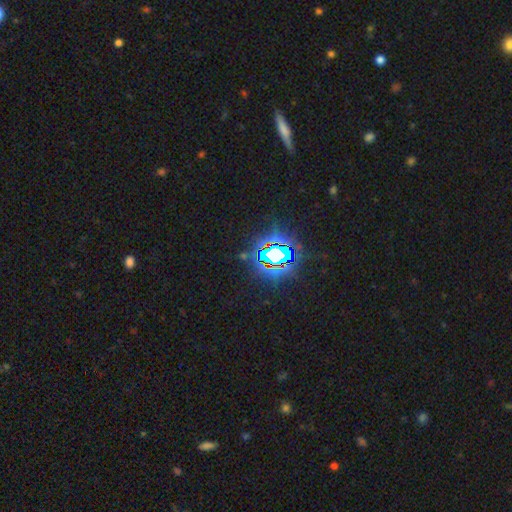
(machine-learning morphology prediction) This is clearly a star or artifact rather than a galaxy (81%).